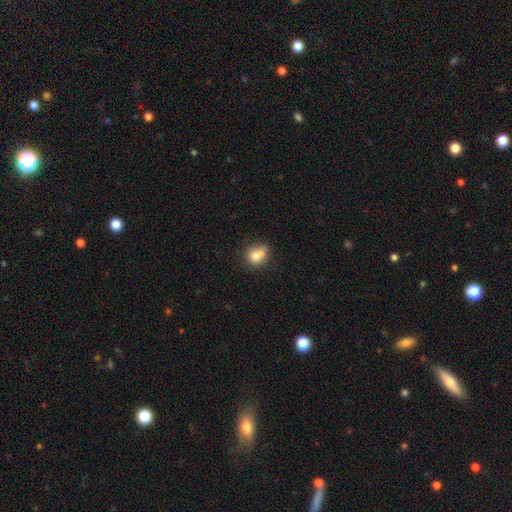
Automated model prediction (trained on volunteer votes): Smooth or featured?
  - smooth: 72% *
  - featured or disk: 17%
  - star or artifact: 11%
How rounded?
  - round: 73% *
  - in between: 26%
  - cigar-shaped: 1%
Merging?
  - none: 42% *
  - merger: 38%
  - minor disturbance: 15%
  - major disturbance: 6%